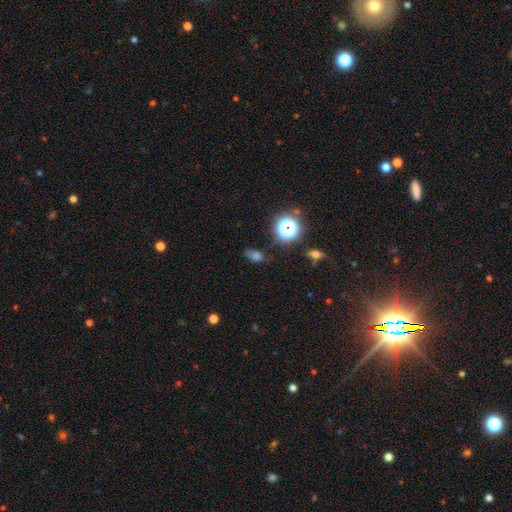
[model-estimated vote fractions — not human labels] Smooth or featured? Predicted: smooth (p=0.57). How rounded? Predicted: in between (p=0.64). Merging? Predicted: none (p=0.69).